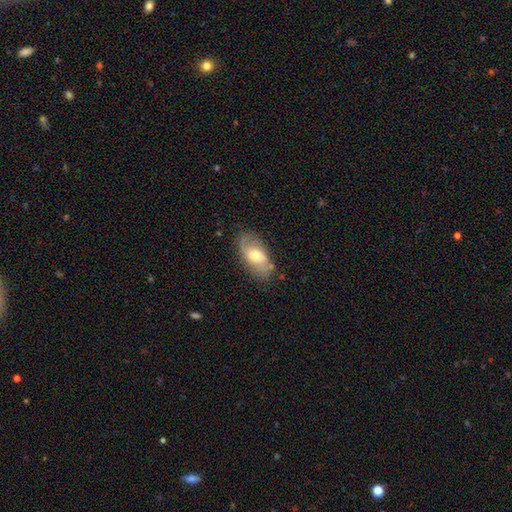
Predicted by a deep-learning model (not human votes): Smooth or featured? featured or disk (58%)
Edge-on disk? no (92%)
Bar? no (58%)
Spiral arms? yes (75%)
Bulge size? moderate (64%)
Merging? none (71%)